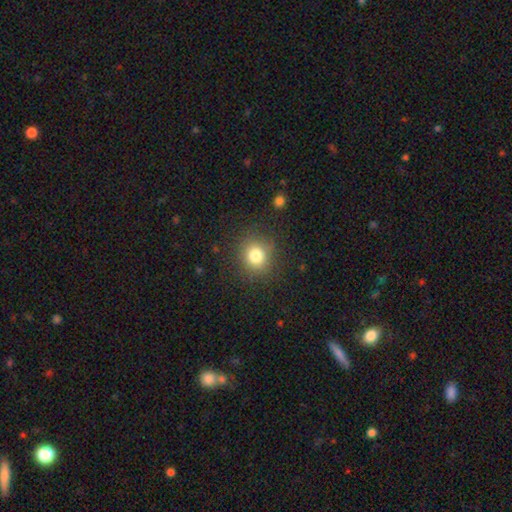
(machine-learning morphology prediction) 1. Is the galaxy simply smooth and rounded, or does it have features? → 80% smooth, 13% star or artifact, 7% featured or disk.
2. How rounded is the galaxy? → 83% round, 16% in between, 1% cigar-shaped.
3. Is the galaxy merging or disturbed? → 87% none, 8% minor disturbance, 4% major disturbance, 1% merger.